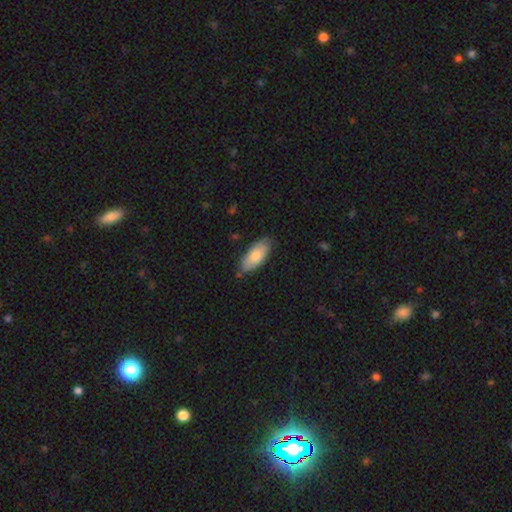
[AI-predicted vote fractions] Smooth or featured: smooth — 77% (featured or disk — 17%)
How rounded: in between — 86% (cigar-shaped — 12%)
Merging: none — 77% (minor disturbance — 18%)